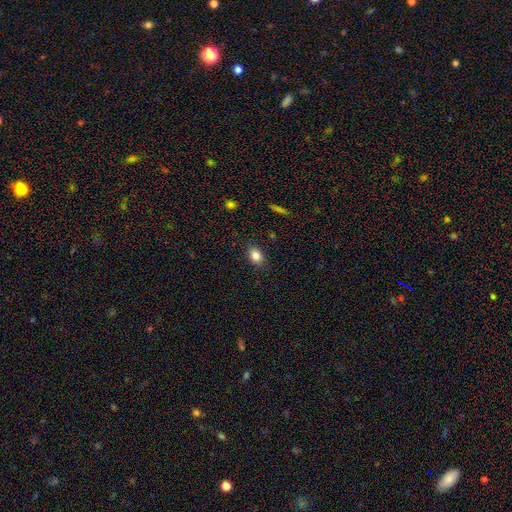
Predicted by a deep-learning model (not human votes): Q: Smooth or featured?
A: smooth (83%); runner-up: star or artifact (10%)
Q: How rounded?
A: in between (68%); runner-up: round (30%)
Q: Merging?
A: none (85%); runner-up: minor disturbance (11%)